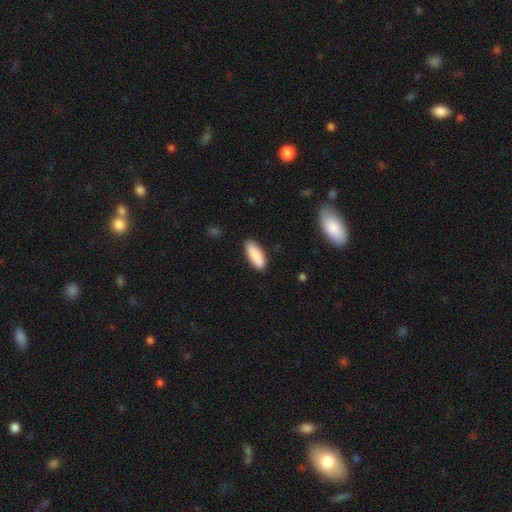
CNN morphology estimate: Overall: smooth (88%). How rounded: in between (71%). Merging: none (84%).